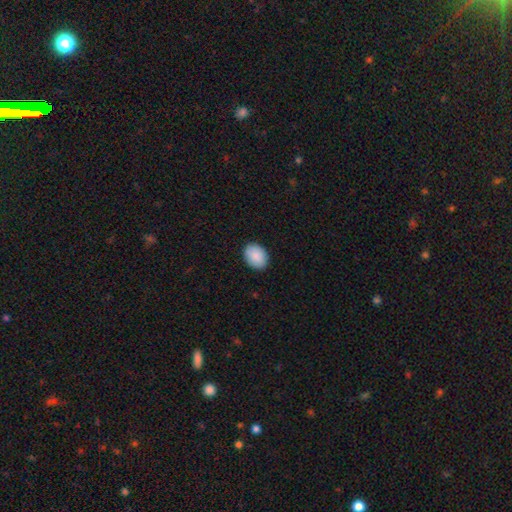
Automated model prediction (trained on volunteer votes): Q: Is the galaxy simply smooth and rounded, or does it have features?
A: smooth — 89%.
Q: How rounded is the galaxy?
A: in between — 71%.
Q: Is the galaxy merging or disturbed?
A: none — 88%.